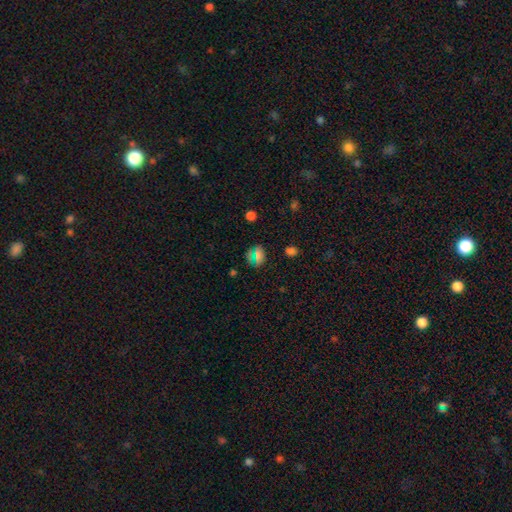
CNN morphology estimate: Smooth or featured? Predicted: smooth (p=0.59). How rounded? Predicted: in between (p=0.49). Merging? Predicted: none (p=0.76).